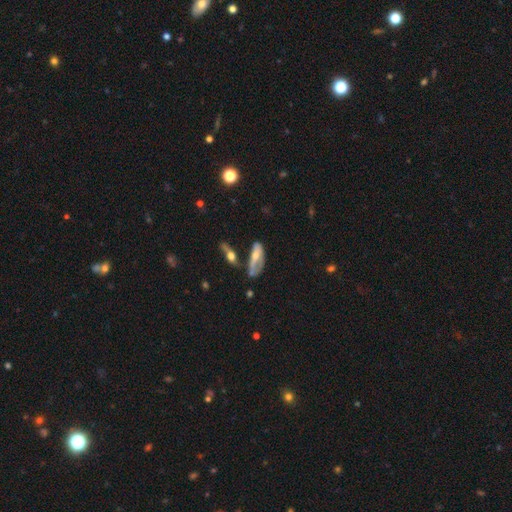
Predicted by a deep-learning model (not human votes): Overall: featured or disk (48%; smooth 44%). Merging: none (31%; major disturbance 25%).